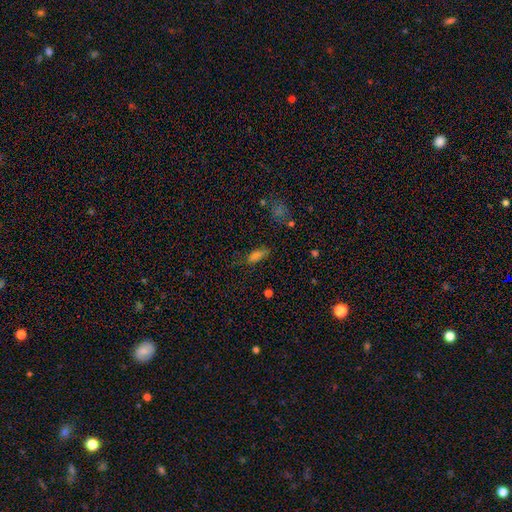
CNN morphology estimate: smooth 70%, star or artifact 20%, featured or disk 10%. Down the decision tree: how rounded — in between (70%); merging — none (64%).